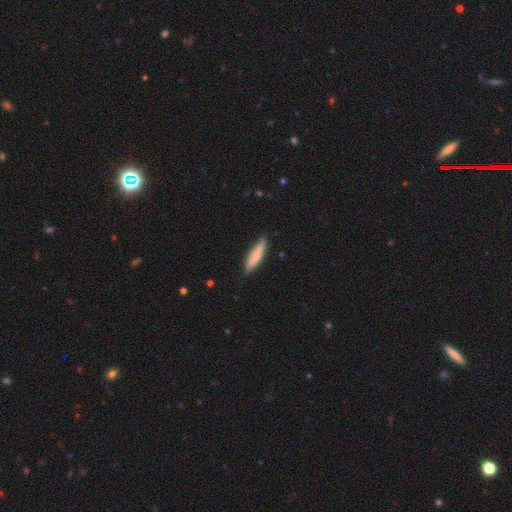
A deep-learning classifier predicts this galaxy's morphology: Overall: smooth (64%; featured or disk 30%). How rounded: cigar-shaped (77%). Merging: none (82%).